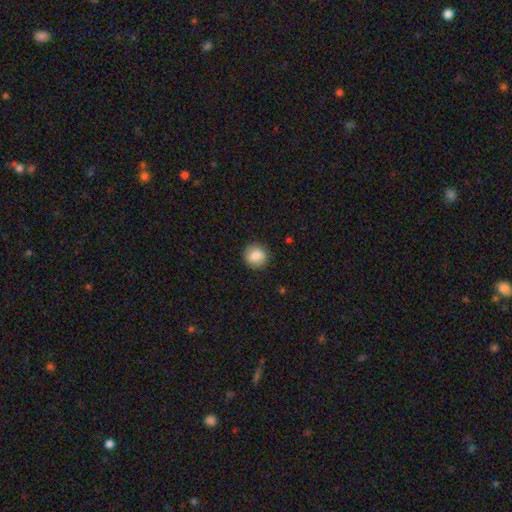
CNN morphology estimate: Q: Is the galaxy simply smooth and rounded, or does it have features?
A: smooth — 83%.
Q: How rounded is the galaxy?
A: round — 88%.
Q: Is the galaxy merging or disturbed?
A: none — 88%.